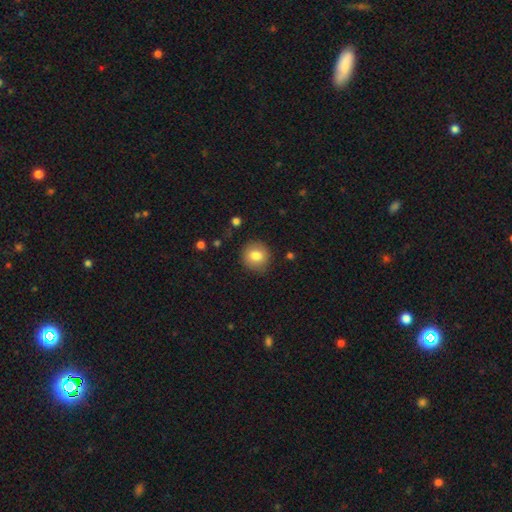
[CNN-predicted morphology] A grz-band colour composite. It shows a smooth galaxy with no disk features (82%) that is round (88%). Merging: none (87%).